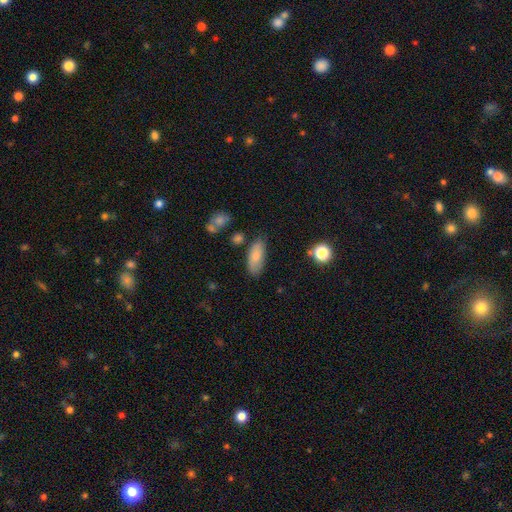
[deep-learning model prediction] Smooth or featured?
  - smooth: 81% *
  - featured or disk: 12%
  - star or artifact: 7%
How rounded?
  - in between: 84% *
  - cigar-shaped: 13%
  - round: 2%
Merging?
  - none: 73% *
  - minor disturbance: 19%
  - major disturbance: 4%
  - merger: 3%